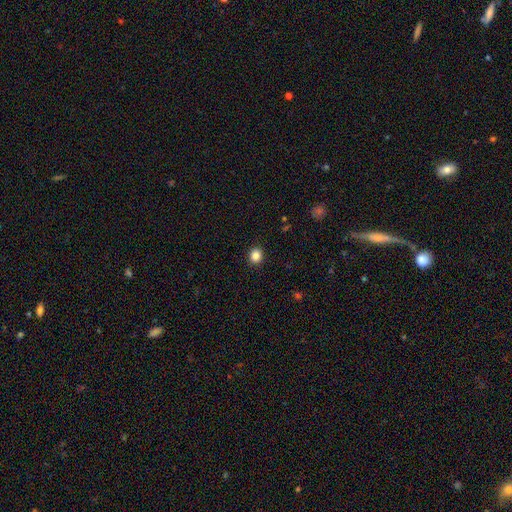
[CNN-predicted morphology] A smooth galaxy with no disk features (85%) that is round (78%).

Vote fractions:
- Smooth or featured? smooth: 85% / star or artifact: 11% / featured or disk: 4%
- How rounded? round: 78% / in between: 21% / cigar-shaped: 1%
- Merging? none: 92% / minor disturbance: 5% / major disturbance: 2% / merger: 1%